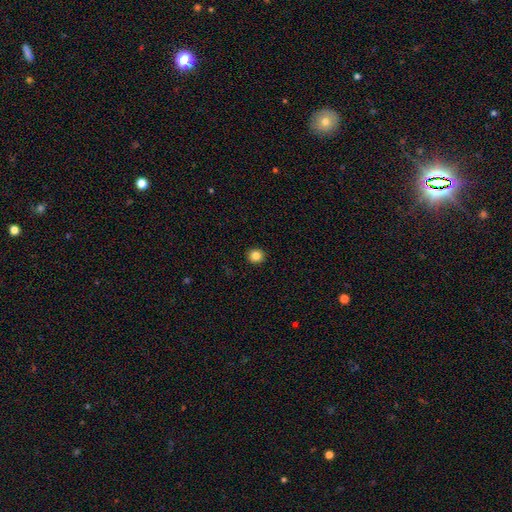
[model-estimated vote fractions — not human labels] Smooth or featured? smooth (85%)
How rounded? round (88%)
Merging? none (93%)